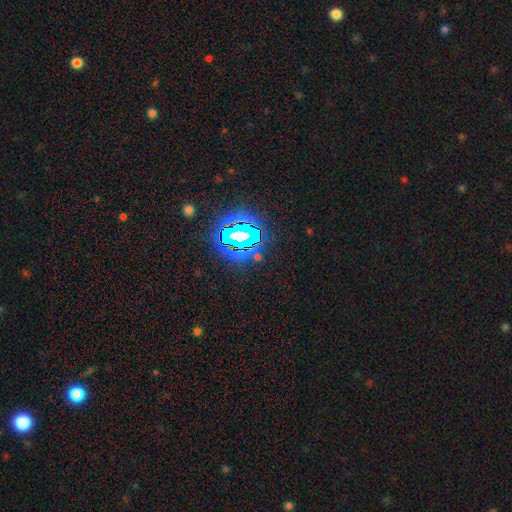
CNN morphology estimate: This appears to be a star or artifact, not a galaxy (74%).